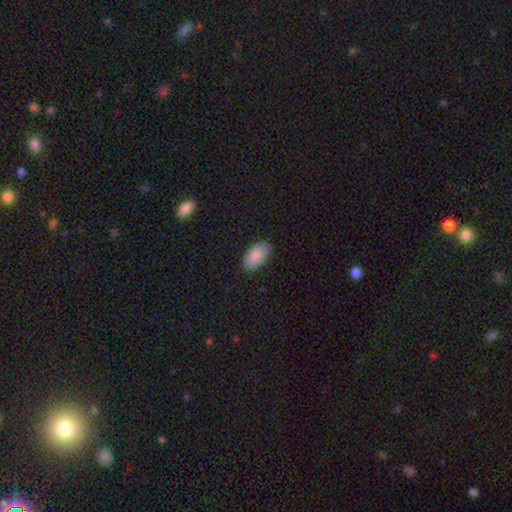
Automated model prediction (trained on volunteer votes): Smooth or featured? Predicted: smooth (p=0.88). How rounded? Predicted: in between (p=0.95). Merging? Predicted: none (p=0.86).